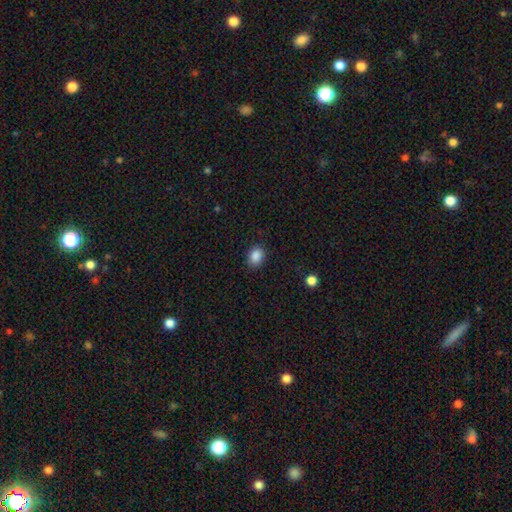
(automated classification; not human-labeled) The model was most divided on "how rounded": in between: 55%, round: 44%, cigar-shaped: 1%. More confident: smooth or featured — smooth (87%); merging — none (86%).